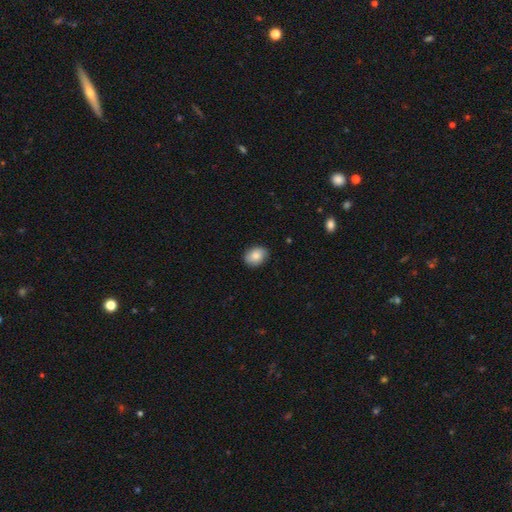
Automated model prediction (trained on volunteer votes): A smooth galaxy with no disk features (83%) that is in between round and cigar-shaped (70%). Merging: none (85%).